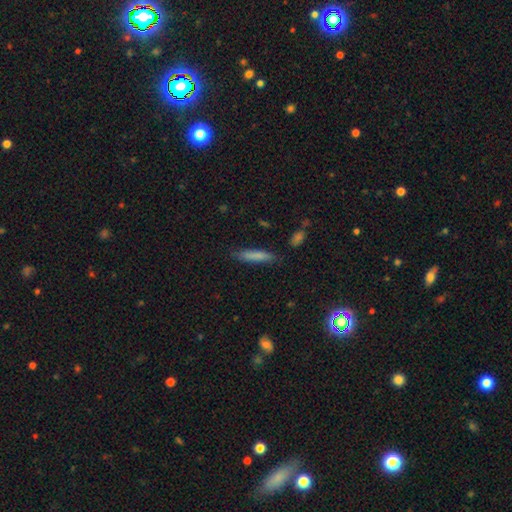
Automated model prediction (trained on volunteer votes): Smooth or featured: smooth — 79% (featured or disk — 14%)
How rounded: cigar-shaped — 85% (in between — 13%)
Merging: none — 81% (minor disturbance — 14%)